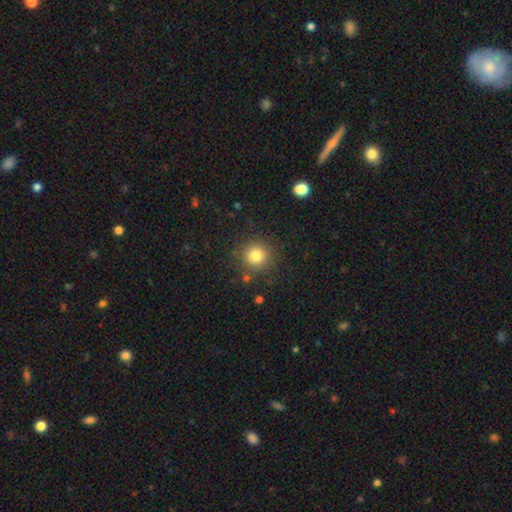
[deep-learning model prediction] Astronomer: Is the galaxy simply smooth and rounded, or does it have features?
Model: smooth — 81%.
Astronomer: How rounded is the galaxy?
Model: round — 92%.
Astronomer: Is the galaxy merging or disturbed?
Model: none — 86%.